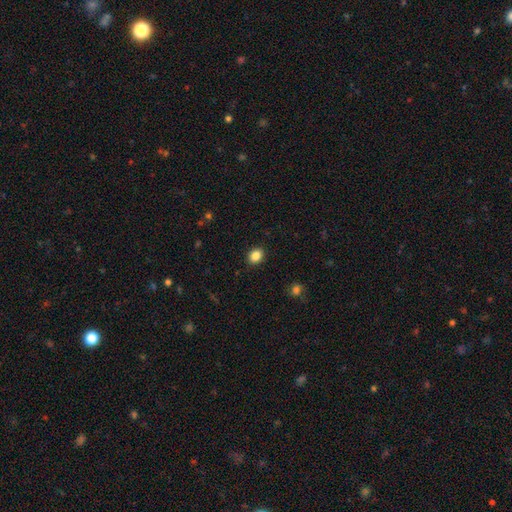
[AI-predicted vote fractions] This appears to be a smooth galaxy with no disk features (86%) that is in between round and cigar-shaped (57%). Merging: none (90%).